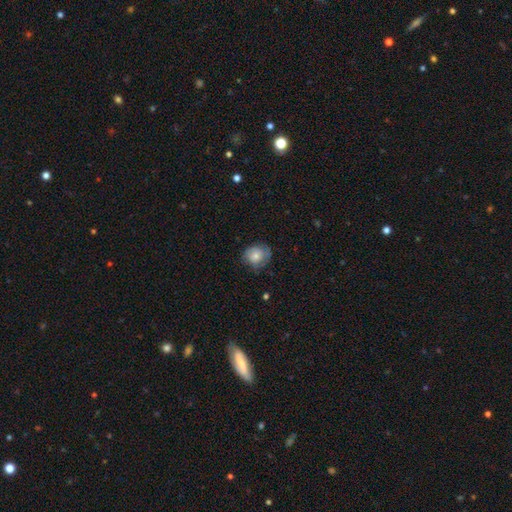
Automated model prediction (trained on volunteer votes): Overall: smooth (68%). How rounded: round (71%). Merging: none (65%; minor disturbance 26%).